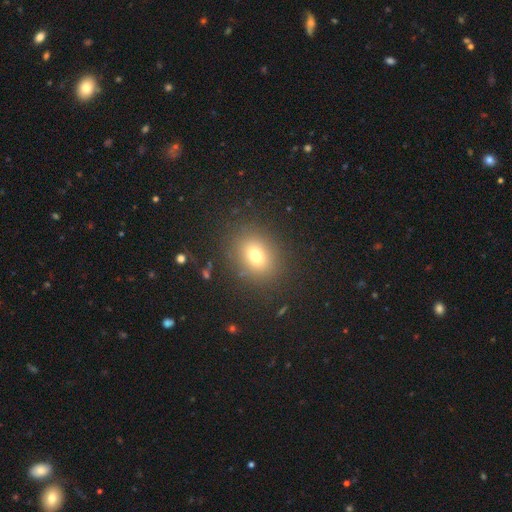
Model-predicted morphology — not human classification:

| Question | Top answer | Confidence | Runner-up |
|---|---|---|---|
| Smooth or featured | smooth | 72% | star or artifact (16%) |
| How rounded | round | 50% | in between (49%) |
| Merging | none | 85% | minor disturbance (9%) |